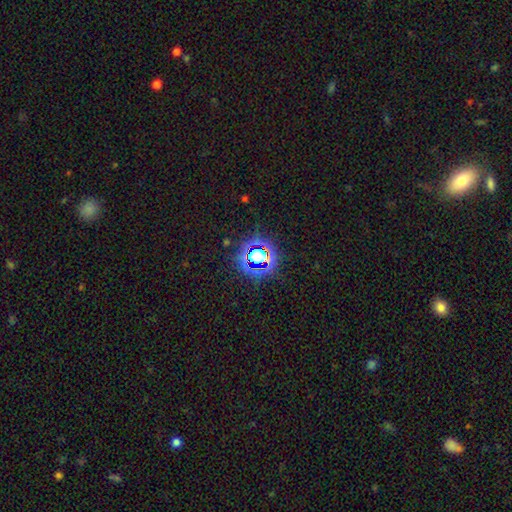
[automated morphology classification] This is likely a star or artifact rather than a galaxy (71%).